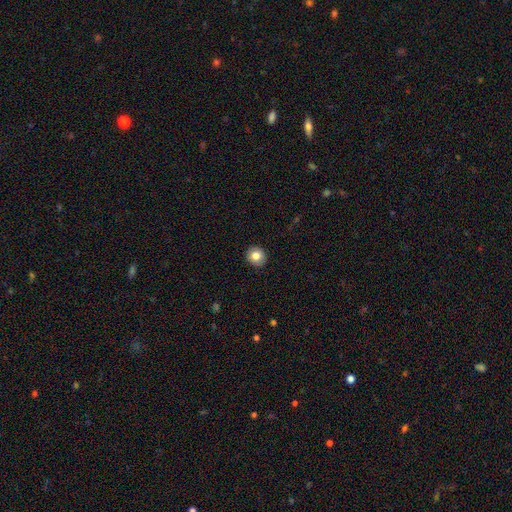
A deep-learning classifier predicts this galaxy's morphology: This is clearly a smooth galaxy (81%). How rounded: clearly round (82%). Merging: clearly none (91%).